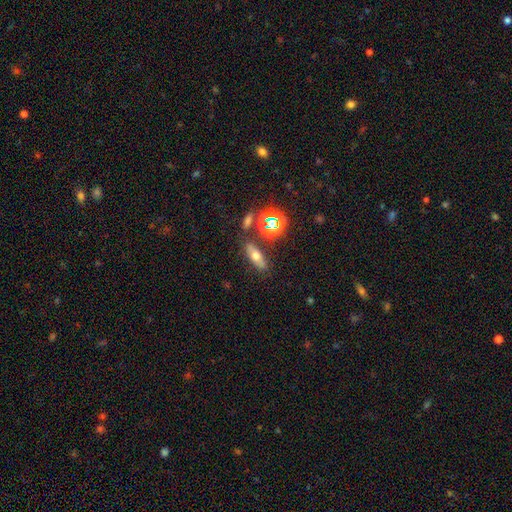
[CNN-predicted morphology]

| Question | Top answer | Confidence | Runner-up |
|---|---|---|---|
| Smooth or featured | smooth | 51% | featured or disk (27%) |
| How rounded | in between | 53% | cigar-shaped (35%) |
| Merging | none | 79% | minor disturbance (11%) |